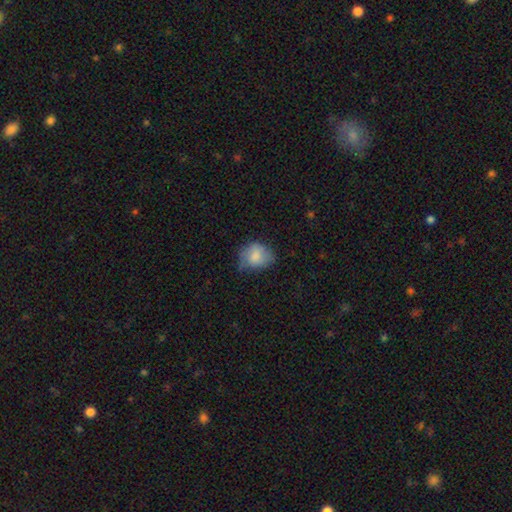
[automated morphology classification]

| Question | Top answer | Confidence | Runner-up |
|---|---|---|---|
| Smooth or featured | smooth | 78% | featured or disk (14%) |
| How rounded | round | 53% | in between (46%) |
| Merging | none | 46% | minor disturbance (40%) |